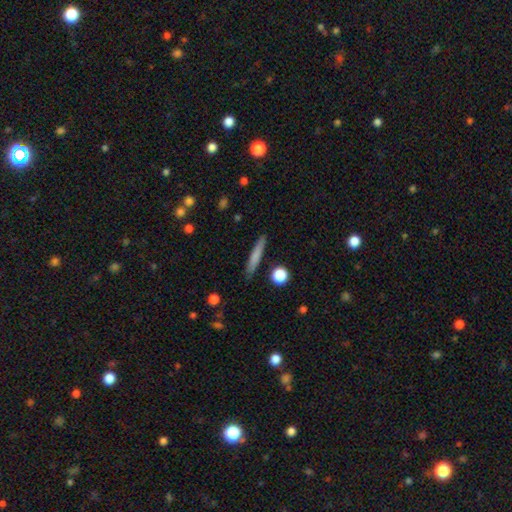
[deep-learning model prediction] This appears to be a smooth galaxy with no disk features (71%) that is cigar-shaped (93%). Merging: none (87%).